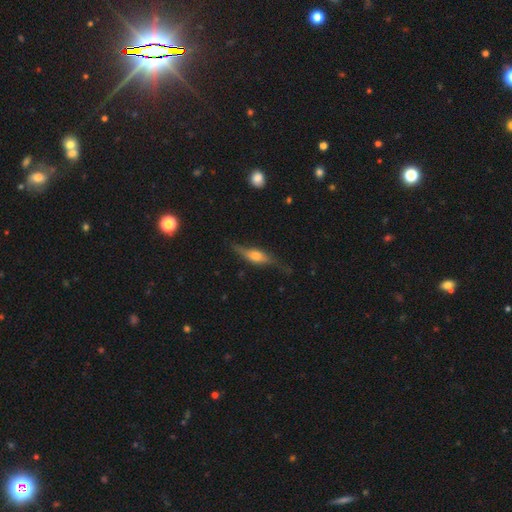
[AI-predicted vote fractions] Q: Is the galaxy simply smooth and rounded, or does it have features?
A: featured or disk — 58%.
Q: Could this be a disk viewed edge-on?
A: yes — 84%.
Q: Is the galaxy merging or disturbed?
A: none — 65%.